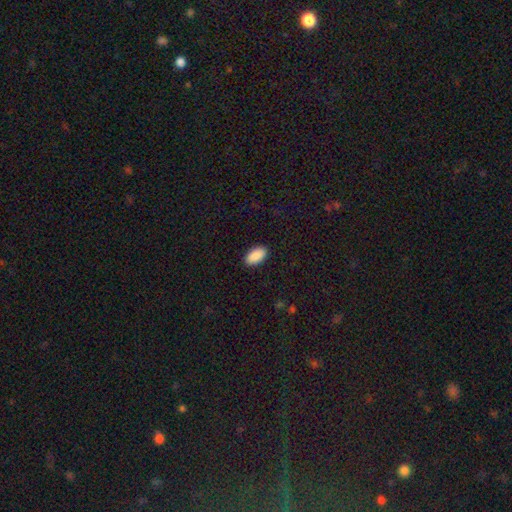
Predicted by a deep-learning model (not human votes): Q: Smooth or featured?
A: smooth (91%); runner-up: star or artifact (6%)
Q: How rounded?
A: in between (95%); runner-up: round (2%)
Q: Merging?
A: none (90%); runner-up: minor disturbance (7%)